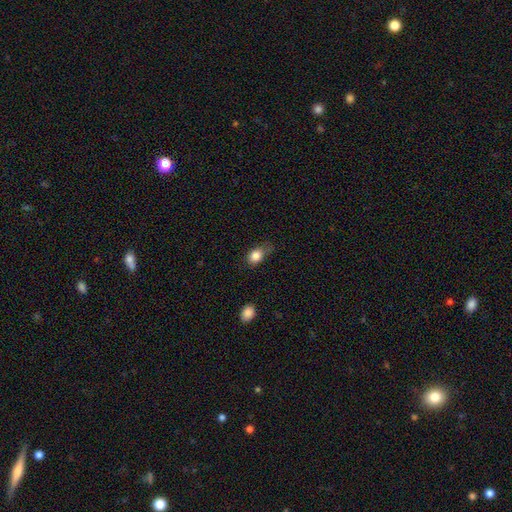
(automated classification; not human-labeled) Smooth or featured? Predicted: smooth (p=0.85). How rounded? Predicted: in between (p=0.64). Merging? Predicted: none (p=0.50).